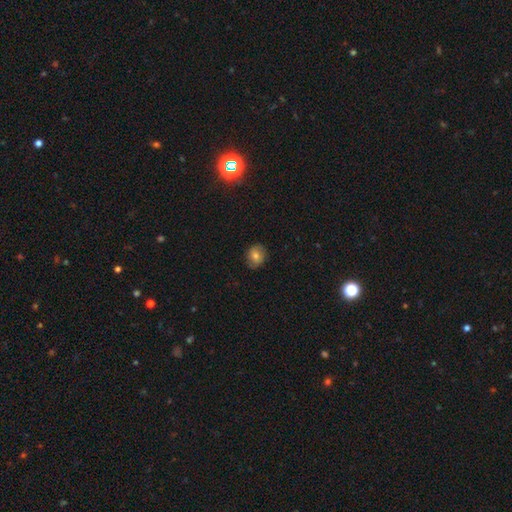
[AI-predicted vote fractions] Smooth or featured? Predicted: smooth (p=0.71). How rounded? Predicted: round (p=0.60). Merging? Predicted: none (p=0.84).